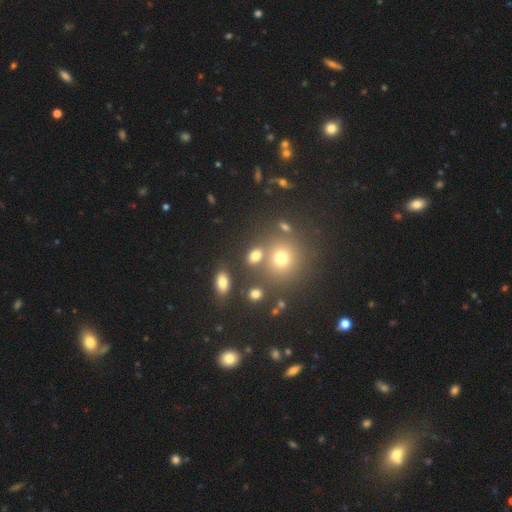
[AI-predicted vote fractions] smooth_or_featured: smooth (p=0.72) [alt: star or artifact p=0.18]
how_rounded: in between (p=0.52) [alt: round p=0.45]
merging: none (p=0.63) [alt: merger p=0.20]